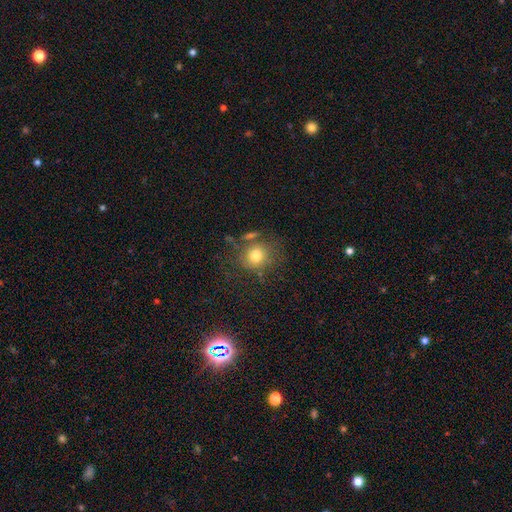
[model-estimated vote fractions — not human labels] Q: Smooth or featured?
A: smooth (74%); runner-up: star or artifact (13%)
Q: How rounded?
A: round (81%); runner-up: in between (18%)
Q: Merging?
A: none (68%); runner-up: minor disturbance (15%)